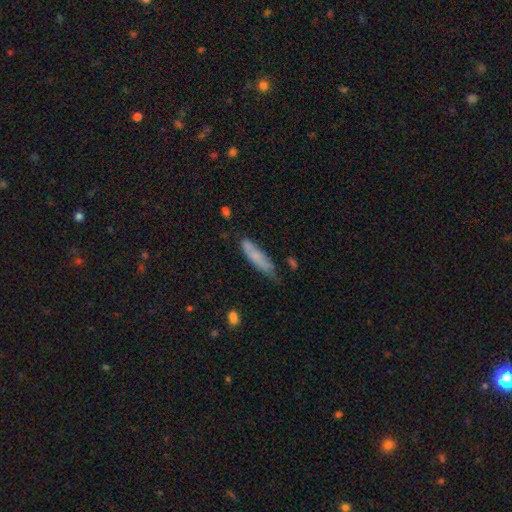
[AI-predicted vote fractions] A smooth galaxy with no disk features (70%) that is cigar-shaped (72%).

Vote fractions:
- Smooth or featured? smooth: 70% / featured or disk: 23% / star or artifact: 7%
- How rounded? cigar-shaped: 72% / in between: 26% / round: 2%
- Merging? none: 55% / minor disturbance: 33% / major disturbance: 8% / merger: 4%